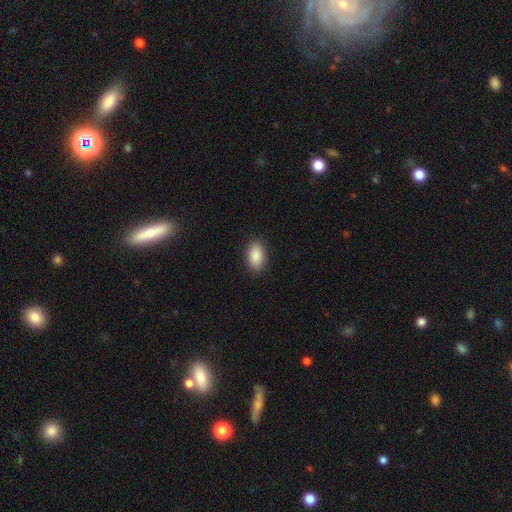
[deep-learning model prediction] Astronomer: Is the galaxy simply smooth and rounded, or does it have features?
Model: smooth — 89%.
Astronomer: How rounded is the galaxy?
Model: in between — 92%.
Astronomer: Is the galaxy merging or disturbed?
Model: none — 89%.